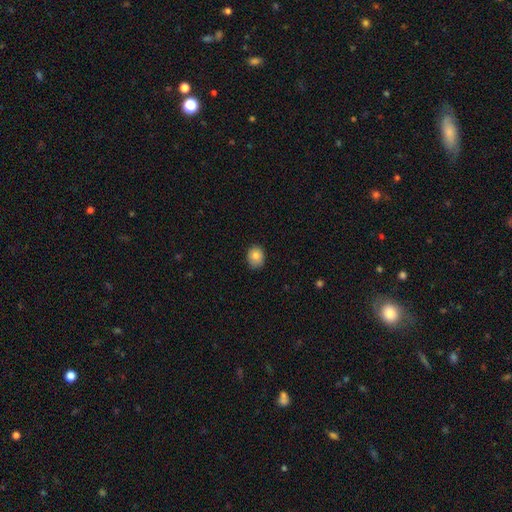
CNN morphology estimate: Smooth or featured: smooth — 82% (star or artifact — 9%)
How rounded: round — 58% (in between — 41%)
Merging: none — 85% (minor disturbance — 12%)